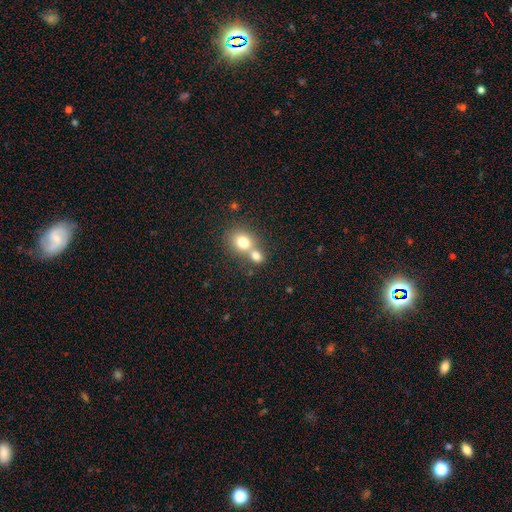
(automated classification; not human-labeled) Smooth or featured?
  - smooth: 76% *
  - featured or disk: 13%
  - star or artifact: 11%
How rounded?
  - round: 66% *
  - in between: 33%
  - cigar-shaped: 1%
Merging?
  - merger: 60% *
  - none: 31%
  - minor disturbance: 6%
  - major disturbance: 3%